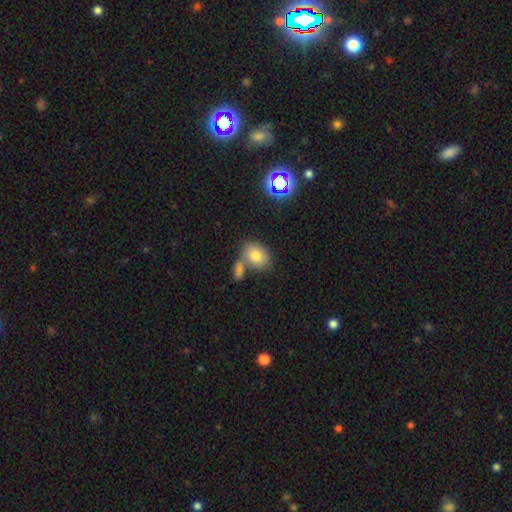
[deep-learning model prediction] A smooth galaxy with no disk features (75%) that is in between round and cigar-shaped (68%). Merging: none (53%).